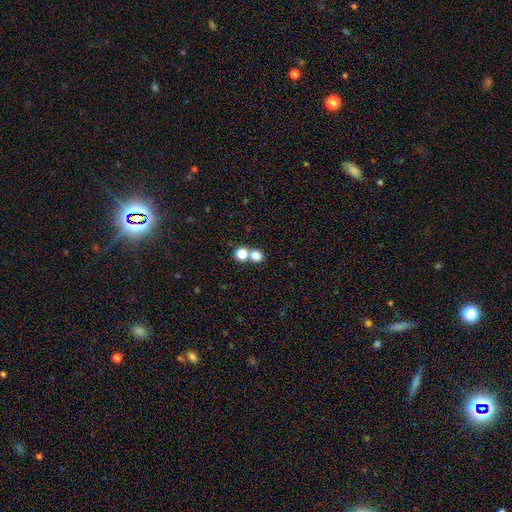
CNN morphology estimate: Q: Smooth or featured?
A: smooth (79%); runner-up: star or artifact (14%)
Q: How rounded?
A: round (80%); runner-up: in between (19%)
Q: Merging?
A: none (50%); runner-up: merger (41%)